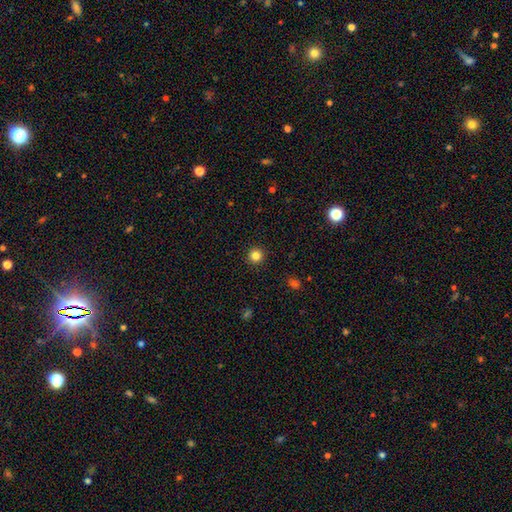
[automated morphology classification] This is clearly a smooth galaxy (83%). How rounded: clearly round (96%). Merging: clearly none (93%).